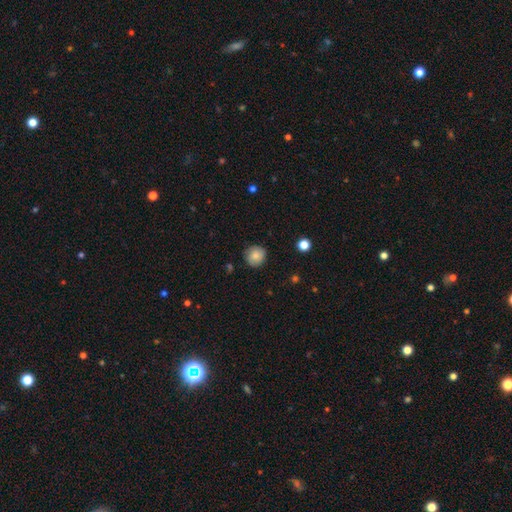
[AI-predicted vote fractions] Smooth or featured?
  - smooth: 80% *
  - featured or disk: 12%
  - star or artifact: 8%
How rounded?
  - round: 90% *
  - in between: 9%
  - cigar-shaped: 1%
Merging?
  - none: 83% *
  - minor disturbance: 13%
  - major disturbance: 3%
  - merger: 1%